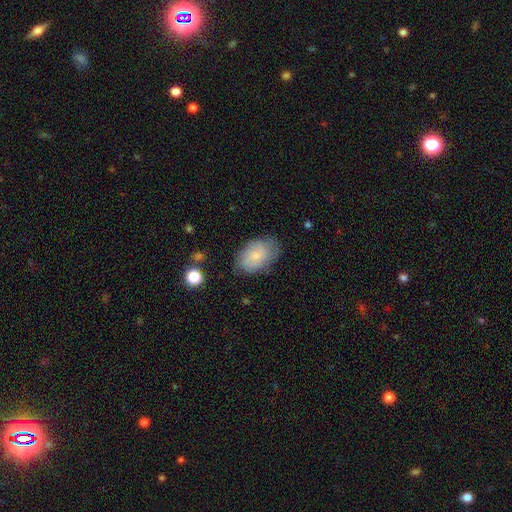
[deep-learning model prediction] A smooth galaxy with no disk features (74%) that is in between round and cigar-shaped (89%). Merging: none (69%).